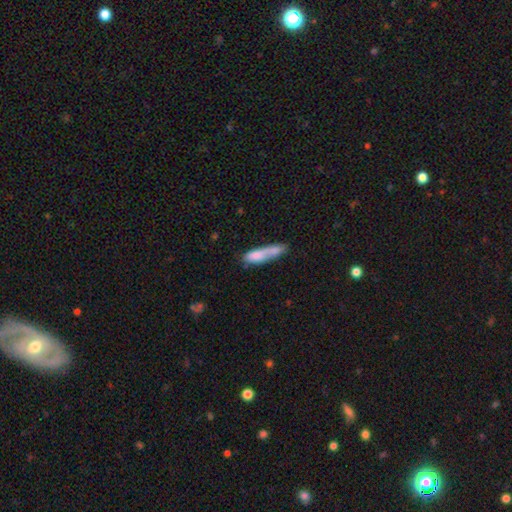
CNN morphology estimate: Overall: smooth (66%). How rounded: cigar-shaped (81%). Merging: none (49%; minor disturbance 22%).